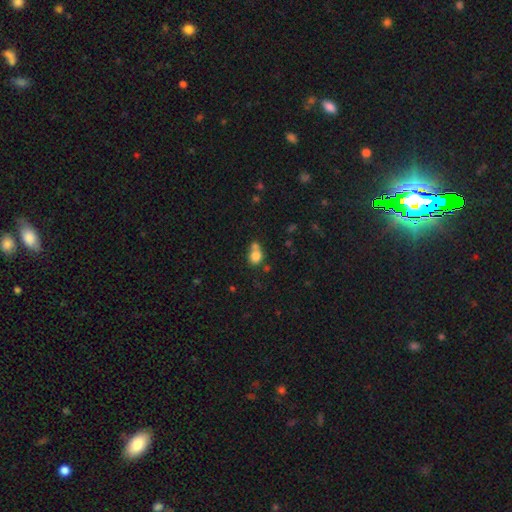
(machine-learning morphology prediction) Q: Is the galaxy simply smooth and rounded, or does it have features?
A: smooth — 78%.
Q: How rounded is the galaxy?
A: round — 67%.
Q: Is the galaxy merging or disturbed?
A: merger — 44%.